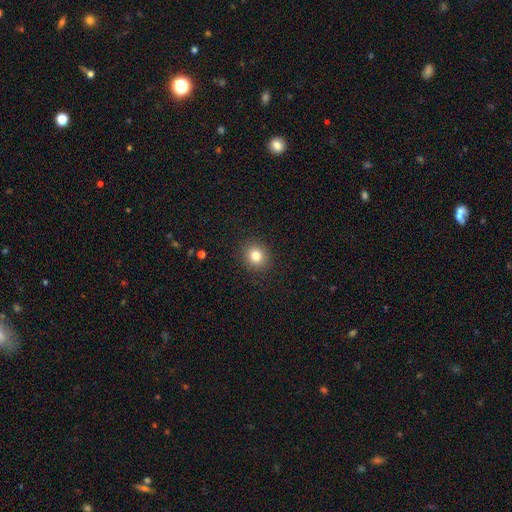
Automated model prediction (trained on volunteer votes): The model was most divided on "how rounded": round: 85%, in between: 15%, cigar-shaped: 1%. More confident: merging — none (90%); smooth or featured — smooth (82%).